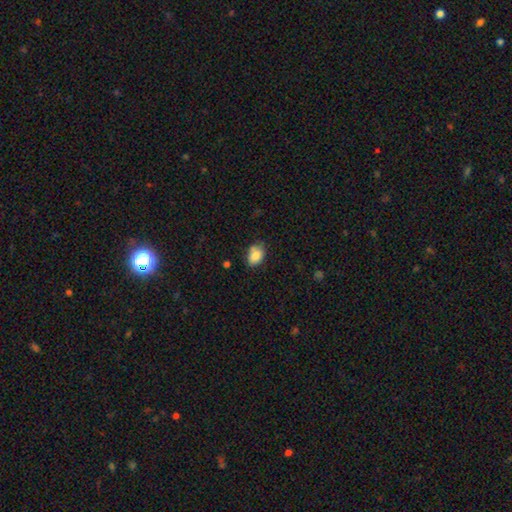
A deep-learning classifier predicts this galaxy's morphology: Overall: smooth (83%). How rounded: in between (76%). Merging: none (61%; minor disturbance 26%).